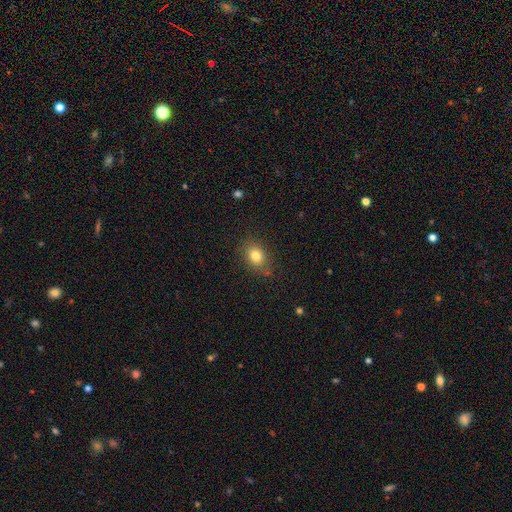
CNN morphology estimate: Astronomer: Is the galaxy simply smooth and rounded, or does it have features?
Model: smooth — 80%.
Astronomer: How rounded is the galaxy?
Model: in between — 68%.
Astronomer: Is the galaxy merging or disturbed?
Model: none — 78%.